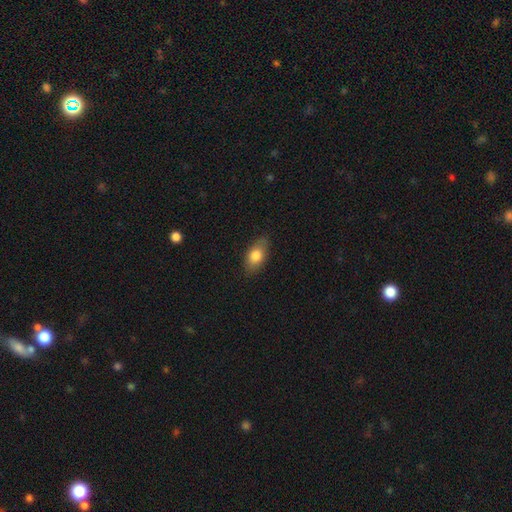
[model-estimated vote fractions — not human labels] A smooth galaxy with no disk features (78%) that is in between round and cigar-shaped (87%). Merging: none (82%).